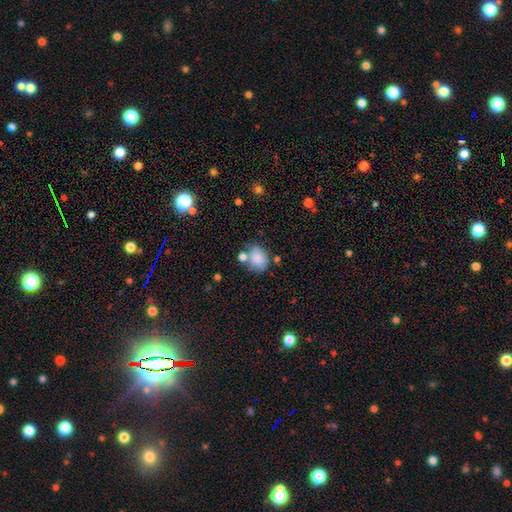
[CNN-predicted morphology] A smooth galaxy with no disk features (82%) that is in between round and cigar-shaped (58%). Merging: none (55%).